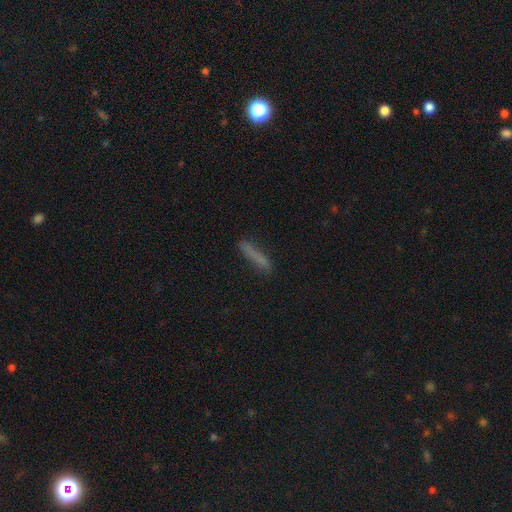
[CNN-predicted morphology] Smooth or featured?
  - smooth: 73% *
  - featured or disk: 18%
  - star or artifact: 9%
How rounded?
  - cigar-shaped: 92% *
  - in between: 6%
  - round: 1%
Merging?
  - none: 81% *
  - minor disturbance: 13%
  - major disturbance: 4%
  - merger: 2%